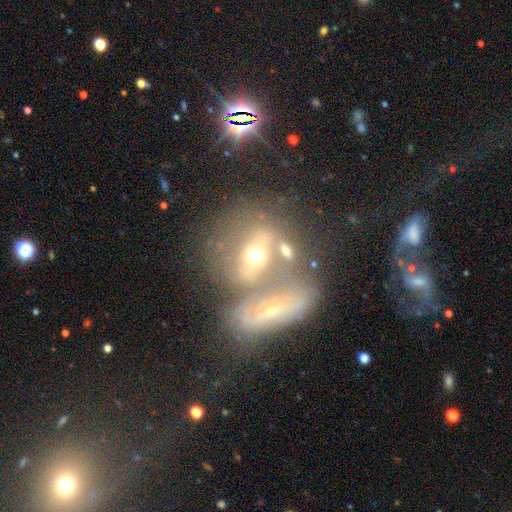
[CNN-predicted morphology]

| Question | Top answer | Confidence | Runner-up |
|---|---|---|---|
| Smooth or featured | featured or disk | 54% | smooth (34%) |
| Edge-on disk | no | 75% | yes (25%) |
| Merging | merger | 53% | none (29%) |